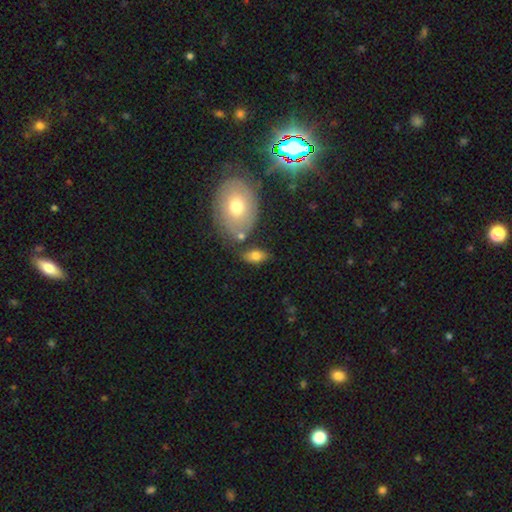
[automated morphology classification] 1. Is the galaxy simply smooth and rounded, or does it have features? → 73% smooth, 19% featured or disk, 8% star or artifact.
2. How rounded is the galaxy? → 88% in between, 8% round, 4% cigar-shaped.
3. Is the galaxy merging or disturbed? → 68% none, 15% minor disturbance, 12% merger, 5% major disturbance.